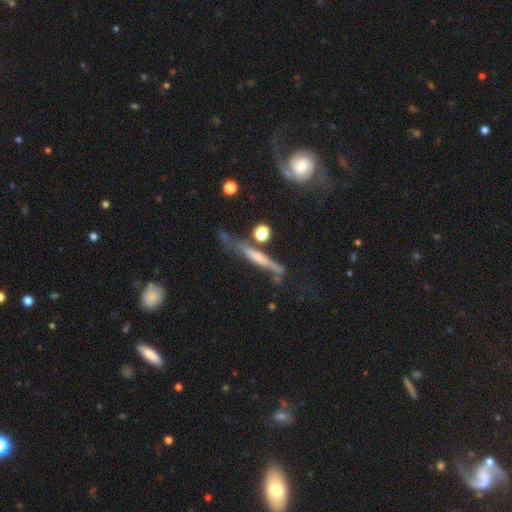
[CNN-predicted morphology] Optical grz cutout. It shows a featured or disk galaxy (56%) viewed edge-on (78%). Merging: none (47%).